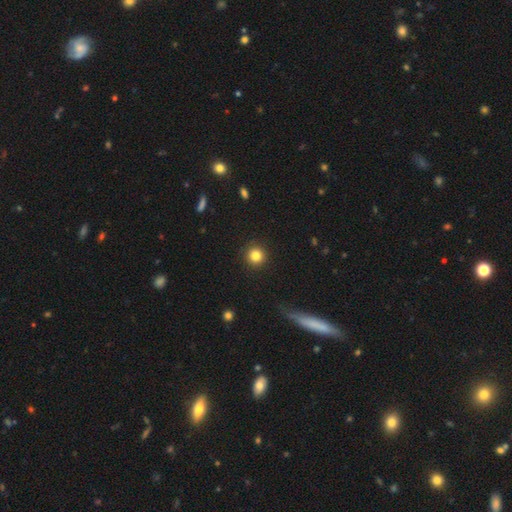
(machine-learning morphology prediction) Q: Smooth or featured?
A: smooth (84%); runner-up: star or artifact (11%)
Q: How rounded?
A: round (95%); runner-up: in between (4%)
Q: Merging?
A: none (92%); runner-up: minor disturbance (5%)